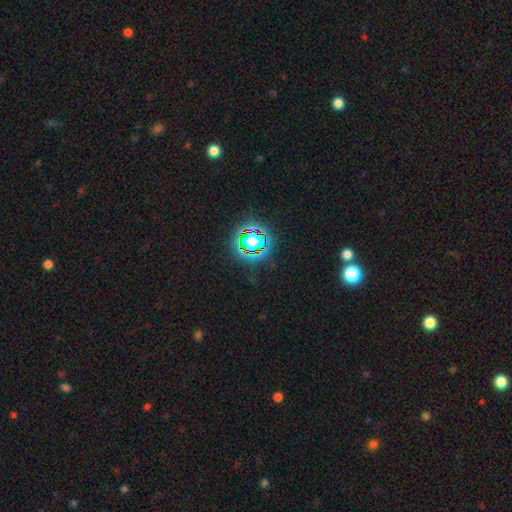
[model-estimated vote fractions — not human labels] Smooth or featured? Predicted: star or artifact (p=0.77).